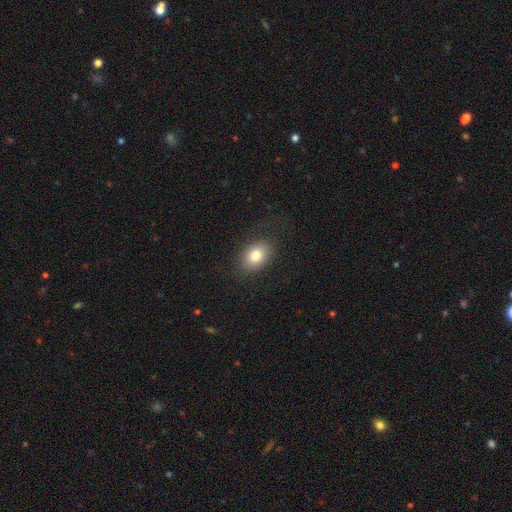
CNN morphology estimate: Overall: smooth (80%). How rounded: in between (77%). Merging: none (81%).